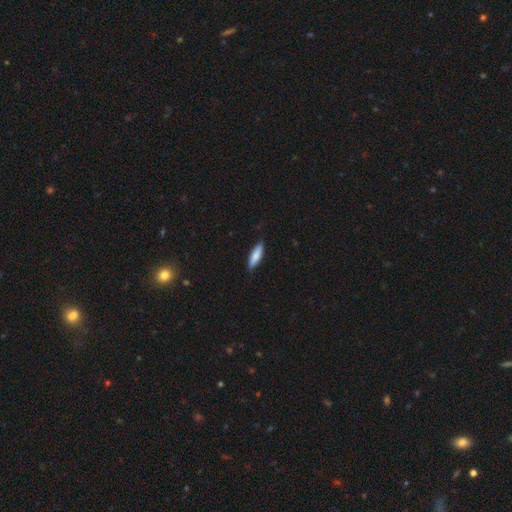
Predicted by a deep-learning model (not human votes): Smooth or featured? smooth (81%)
How rounded? cigar-shaped (59%)
Merging? none (83%)